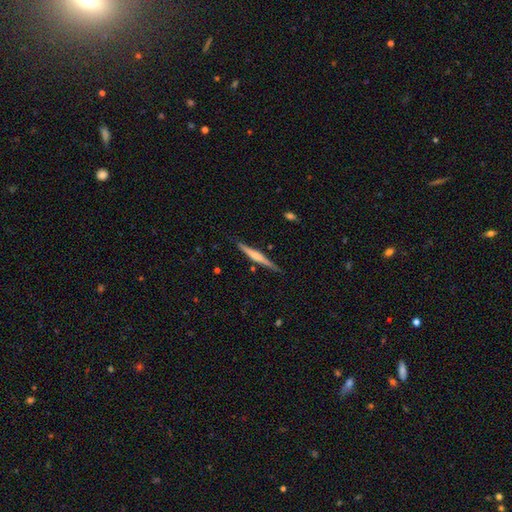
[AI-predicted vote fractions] Smooth or featured? Predicted: featured or disk (p=0.61). Edge-on disk? Predicted: yes (p=0.98). Edge-on bulge? Predicted: rounded (p=0.53). Merging? Predicted: none (p=0.87).